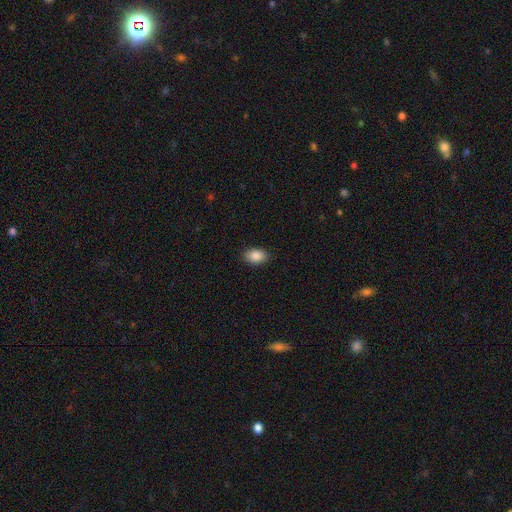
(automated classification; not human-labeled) smooth 87%, star or artifact 8%, featured or disk 5%. Down the decision tree: how rounded — in between (88%); merging — none (89%).